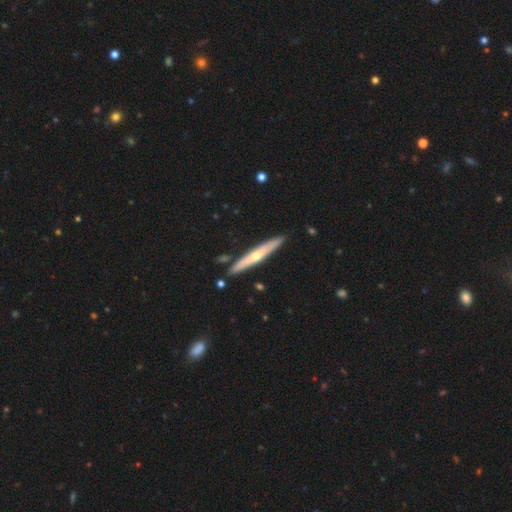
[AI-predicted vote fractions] featured or disk 60%, smooth 35%, star or artifact 6%. Down the decision tree: edge-on disk — yes (92%); edge-on bulge — rounded (78%); merging — none (87%).